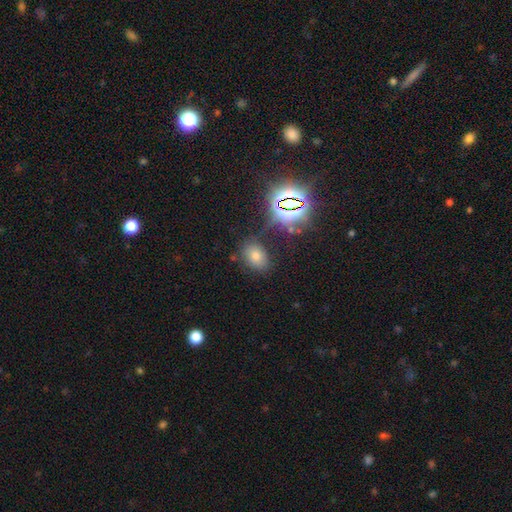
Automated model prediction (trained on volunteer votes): Smooth or featured: smooth — 52% (star or artifact — 36%)
How rounded: in between — 74% (round — 25%)
Merging: none — 78% (minor disturbance — 13%)